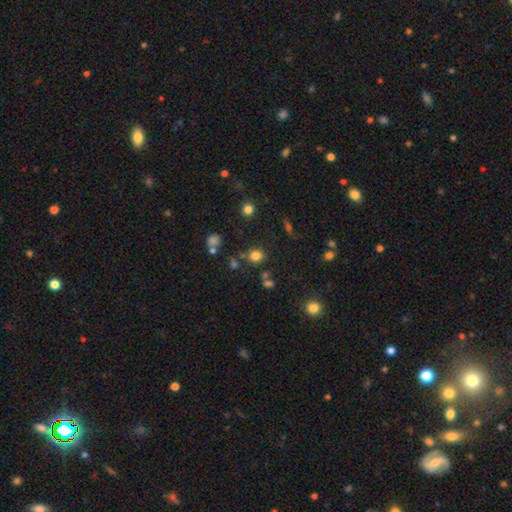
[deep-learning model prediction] Smooth or featured? smooth (78%)
How rounded? round (84%)
Merging? none (77%)